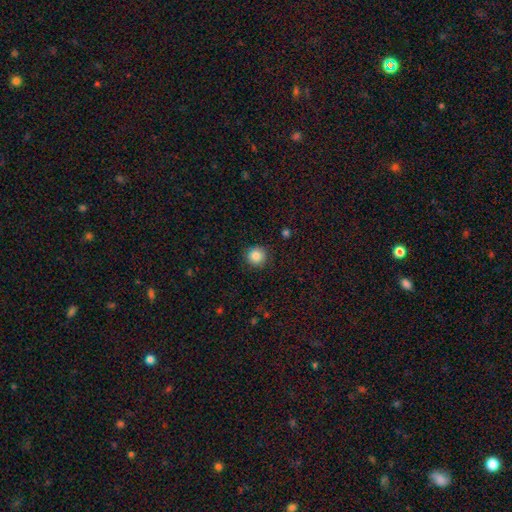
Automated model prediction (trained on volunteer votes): Smooth or featured? smooth (87%)
How rounded? round (94%)
Merging? none (89%)